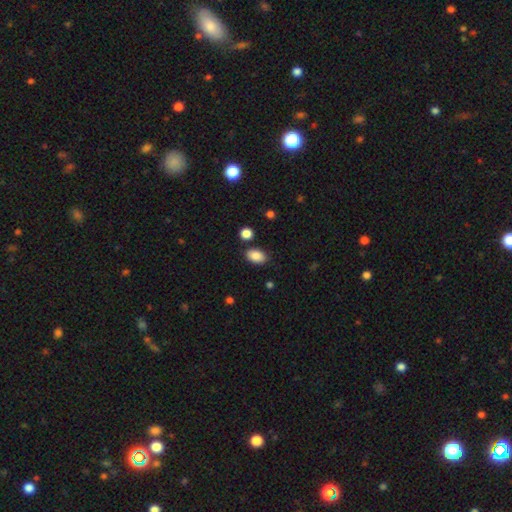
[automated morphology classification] smooth 88%, star or artifact 8%, featured or disk 4%. Down the decision tree: how rounded — in between (89%); merging — none (82%).